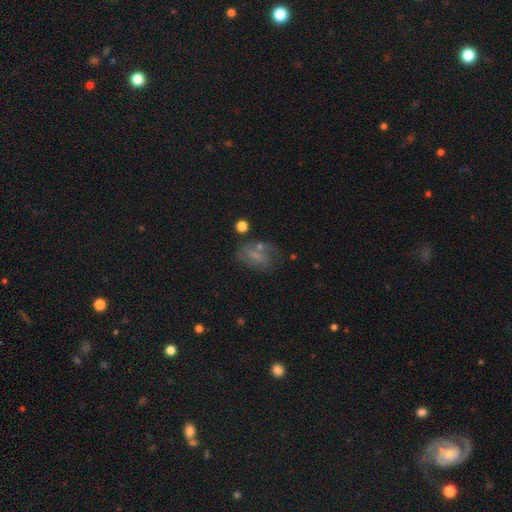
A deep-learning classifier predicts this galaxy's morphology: type=featured or disk (44%); merging=none (47%).